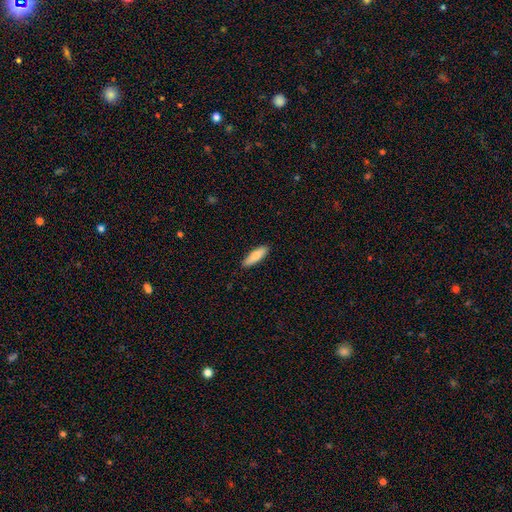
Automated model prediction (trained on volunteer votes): The model was most divided on "how rounded" (2-way tie): in between: 49%, cigar-shaped: 49%, round: 2%. More confident: merging — none (89%); smooth or featured — smooth (74%).